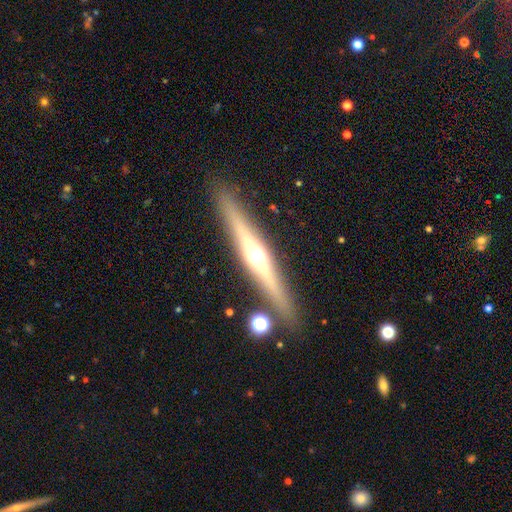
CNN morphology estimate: The model was most divided on "smooth or featured": featured or disk: 71%, smooth: 22%, star or artifact: 7%. More confident: edge-on disk — yes (96%); edge-on bulge — rounded (90%); merging — none (87%).